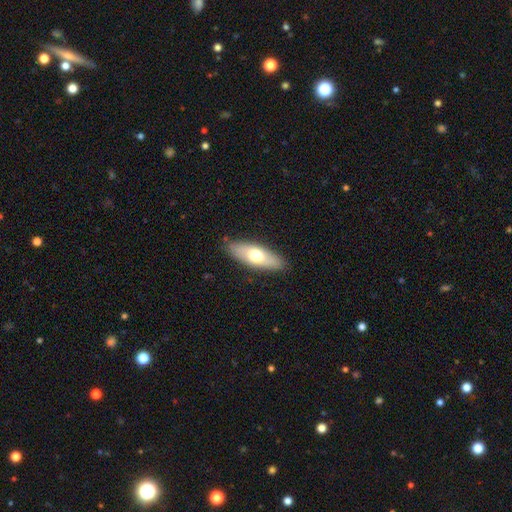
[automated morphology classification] smooth-or-featured: smooth: 62% | featured or disk: 33% | star or artifact: 6%
  how-rounded: in between: 65% | cigar-shaped: 32% | round: 3%
  merging: none: 86% | minor disturbance: 10% | major disturbance: 2% | merger: 1%